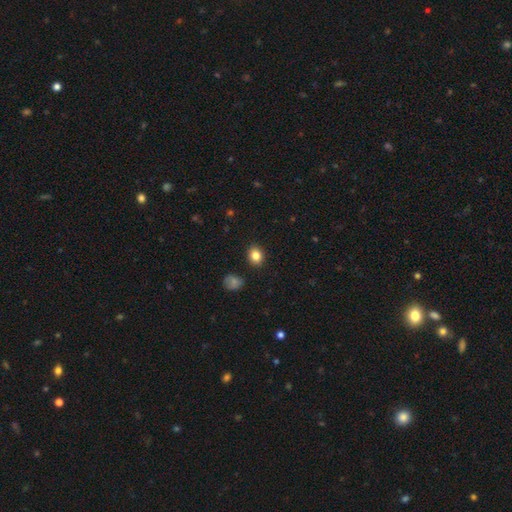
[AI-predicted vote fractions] This appears to be a smooth galaxy with no disk features (85%) that is in between round and cigar-shaped (50%). Merging: none (89%).